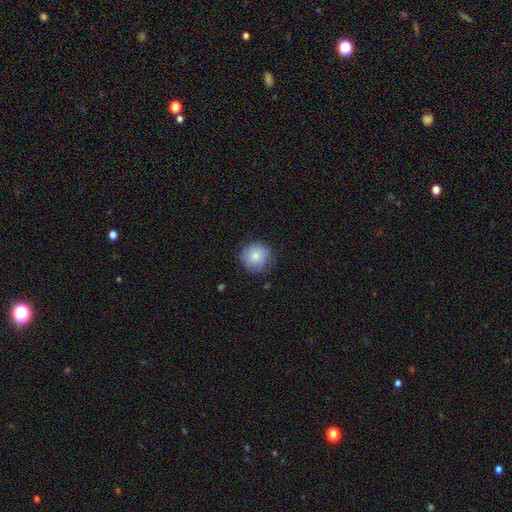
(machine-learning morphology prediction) smooth 78%, featured or disk 15%, star or artifact 7%. Down the decision tree: how rounded — round (92%); merging — none (76%).